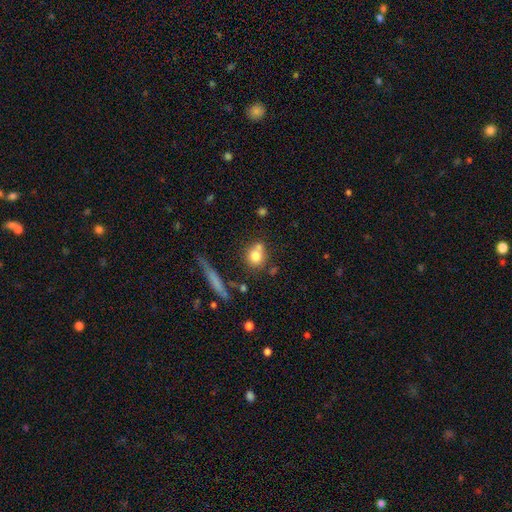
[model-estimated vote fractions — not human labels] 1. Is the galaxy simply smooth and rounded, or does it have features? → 76% smooth, 13% featured or disk, 11% star or artifact.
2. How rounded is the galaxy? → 80% round, 17% in between, 3% cigar-shaped.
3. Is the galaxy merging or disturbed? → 57% none, 26% merger, 12% minor disturbance, 5% major disturbance.